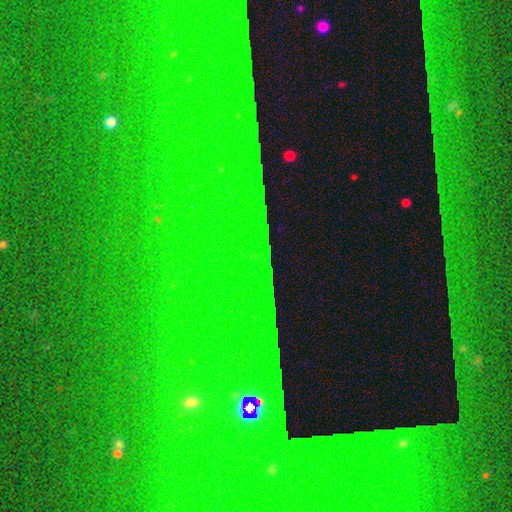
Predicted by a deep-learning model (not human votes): smooth_or_featured: star or artifact (p=0.84) [alt: featured or disk p=0.09]